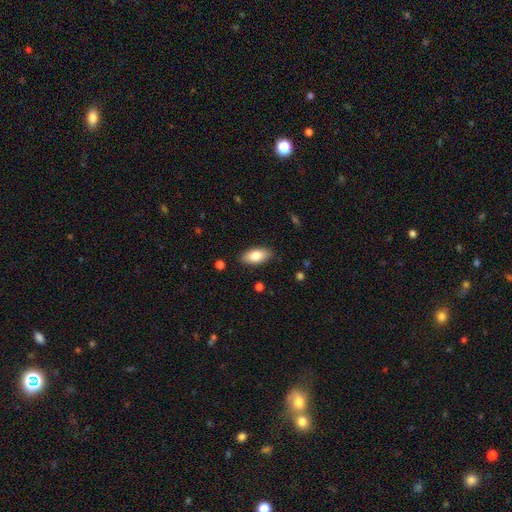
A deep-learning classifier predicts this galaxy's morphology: smooth-or-featured: smooth: 82% | featured or disk: 11% | star or artifact: 7%
  how-rounded: in between: 89% | cigar-shaped: 9% | round: 2%
  merging: none: 87% | minor disturbance: 9% | major disturbance: 2% | merger: 1%